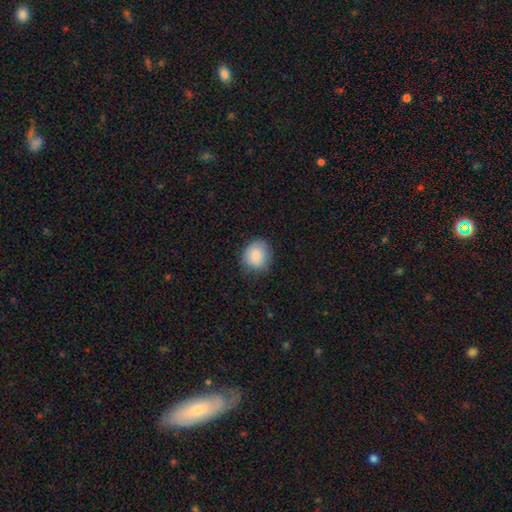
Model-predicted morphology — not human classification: Smooth or featured: smooth — 86% (star or artifact — 8%)
How rounded: round — 75% (in between — 24%)
Merging: none — 77% (minor disturbance — 18%)